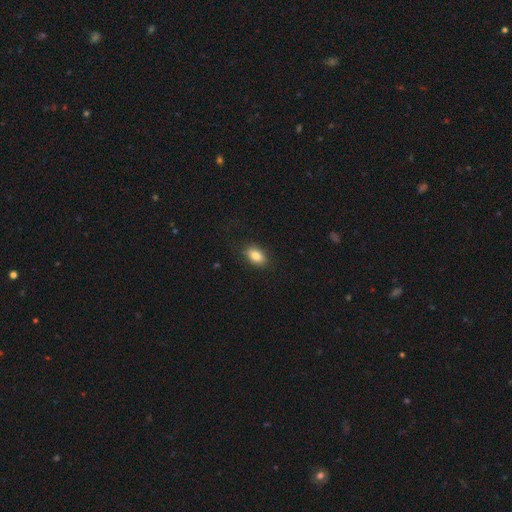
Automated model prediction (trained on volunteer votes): This appears to be a smooth galaxy with no disk features (86%) that is in between round and cigar-shaped (89%). Merging: none (83%).